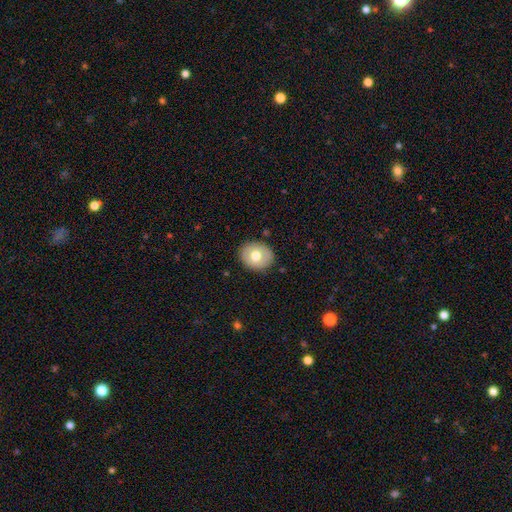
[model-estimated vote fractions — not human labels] Smooth or featured?
  - smooth: 66% *
  - featured or disk: 26%
  - star or artifact: 7%
How rounded?
  - round: 63% *
  - in between: 36%
  - cigar-shaped: 1%
Merging?
  - none: 87% *
  - minor disturbance: 9%
  - major disturbance: 2%
  - merger: 1%